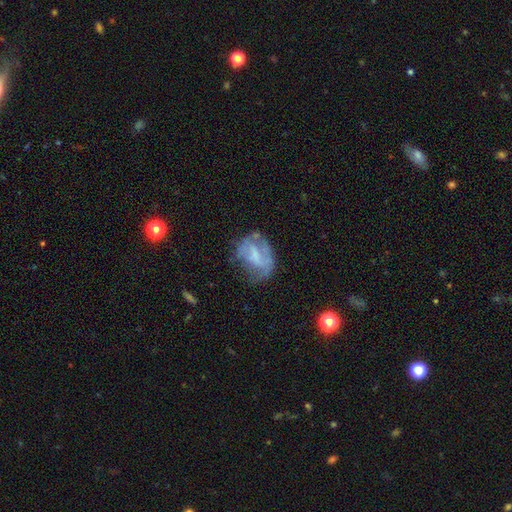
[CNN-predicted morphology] Q: Smooth or featured?
A: featured or disk (56%); runner-up: smooth (33%)
Q: Edge-on disk?
A: no (97%); runner-up: yes (3%)
Q: Bar?
A: no (47%); runner-up: weak (37%)
Q: Spiral arms?
A: no (55%); runner-up: yes (45%)
Q: Bulge size?
A: none (46%); runner-up: small (26%)
Q: Merging?
A: none (42%); runner-up: minor disturbance (28%)